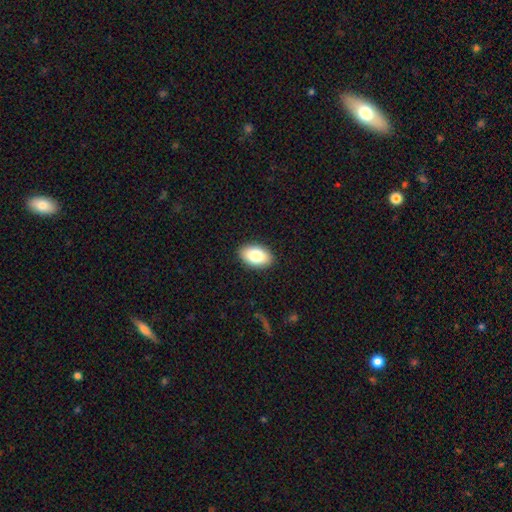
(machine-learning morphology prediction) Smooth or featured? Predicted: smooth (p=0.82). How rounded? Predicted: in between (p=0.92). Merging? Predicted: none (p=0.90).